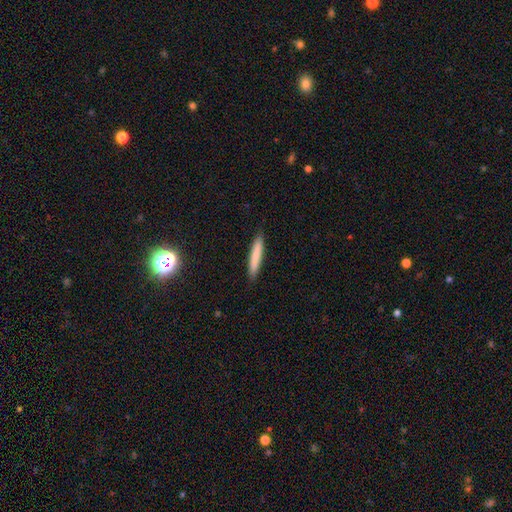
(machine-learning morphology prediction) The model was most divided on "smooth or featured": smooth: 80%, featured or disk: 13%, star or artifact: 7%. More confident: how rounded — cigar-shaped (93%); merging — none (89%).